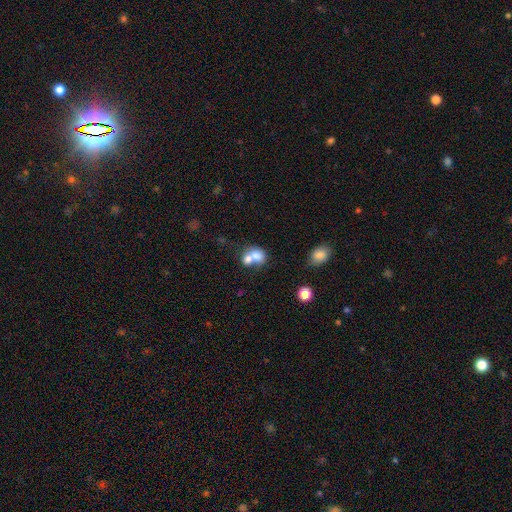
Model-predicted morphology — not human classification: Q: Smooth or featured?
A: smooth (74%); runner-up: featured or disk (16%)
Q: How rounded?
A: round (51%); runner-up: in between (48%)
Q: Merging?
A: merger (63%); runner-up: none (25%)